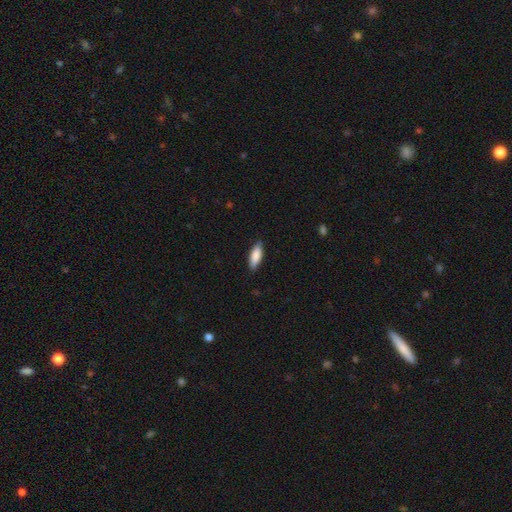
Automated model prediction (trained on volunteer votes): A smooth galaxy with no disk features (84%) that is in between round and cigar-shaped (65%). Merging: none (86%).